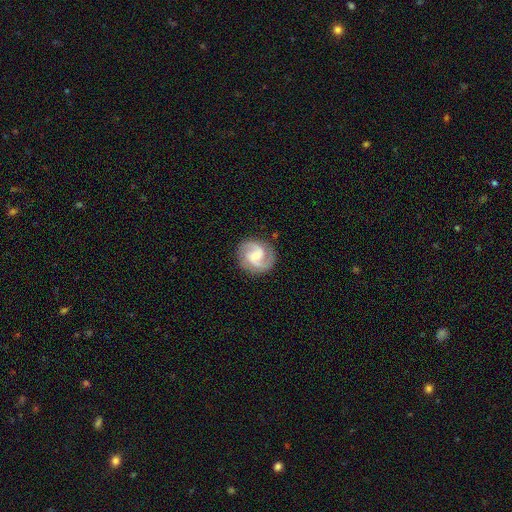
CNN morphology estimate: This is clearly a featured or disk galaxy (86%). It is clearly not viewed edge-on (98%). Bar: possibly weak (47%). Spiral arm pattern: clearly yes (98%). Spiral arm count: clearly 2 (88%). Spiral winding: possibly medium (54%). Central bulge: possibly small (50%). Merging: clearly none (84%).